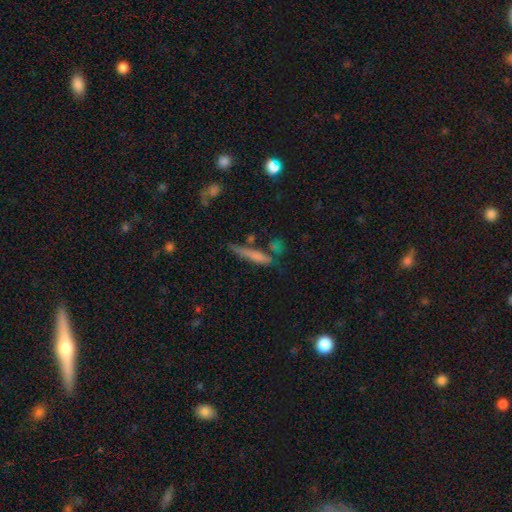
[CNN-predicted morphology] Smooth or featured? smooth (60%)
How rounded? cigar-shaped (91%)
Merging? none (65%)